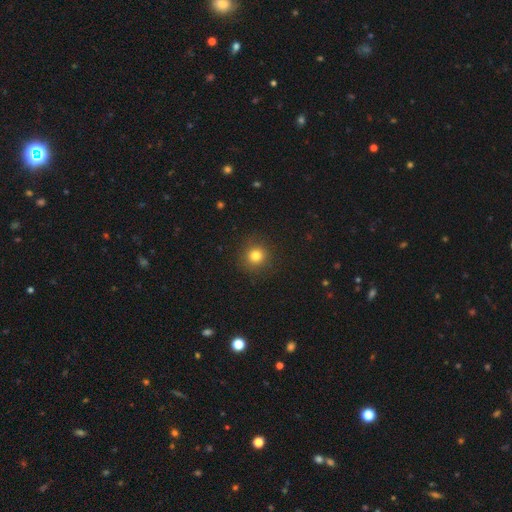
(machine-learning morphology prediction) A smooth galaxy with no disk features (80%) that is round (92%).

Vote fractions:
- Smooth or featured? smooth: 80% / star or artifact: 13% / featured or disk: 6%
- How rounded? round: 92% / in between: 7% / cigar-shaped: 1%
- Merging? none: 89% / minor disturbance: 7% / major disturbance: 3% / merger: 1%